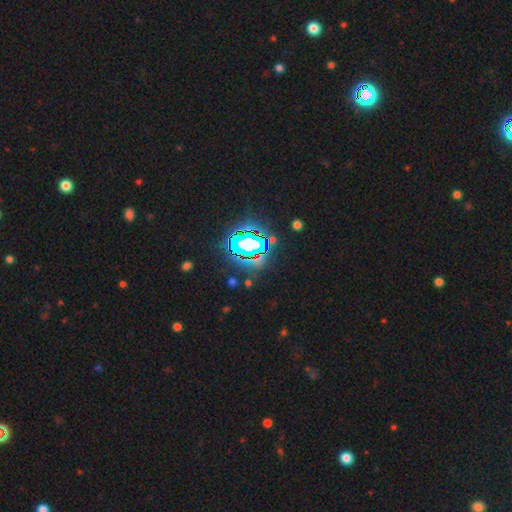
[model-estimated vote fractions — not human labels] smooth_or_featured: star or artifact (p=0.71) [alt: smooth p=0.16]